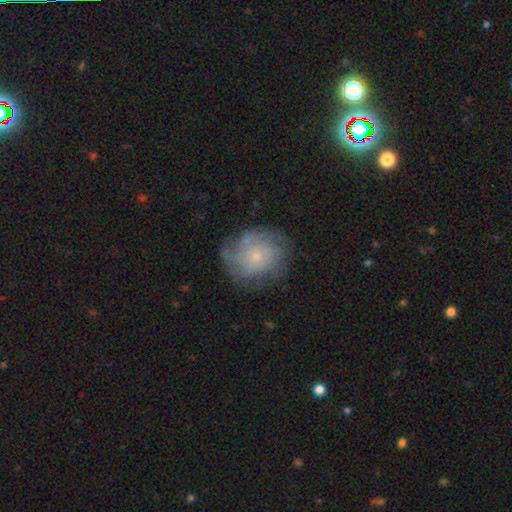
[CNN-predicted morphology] Smooth or featured: featured or disk — 60% (smooth — 32%)
Edge-on disk: no — 98% (yes — 2%)
Bar: no — 84% (weak — 14%)
Spiral arms: yes — 84% (no — 16%)
Bulge size: small — 74% (moderate — 19%)
Merging: none — 68% (minor disturbance — 20%)